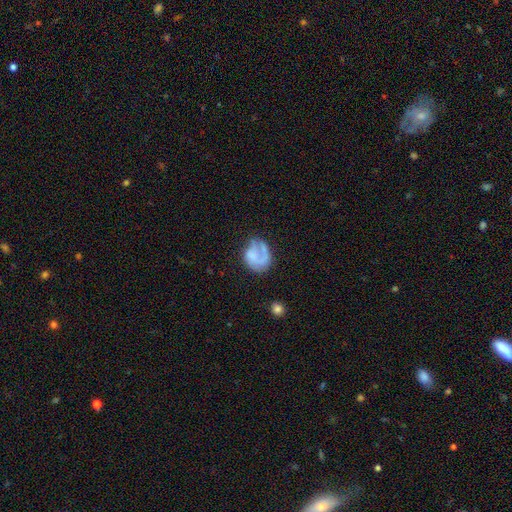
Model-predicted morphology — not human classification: Overall: featured or disk (51%; smooth 41%). Edge-on disk: no (98%). Merging: none (44%; major disturbance 29%).